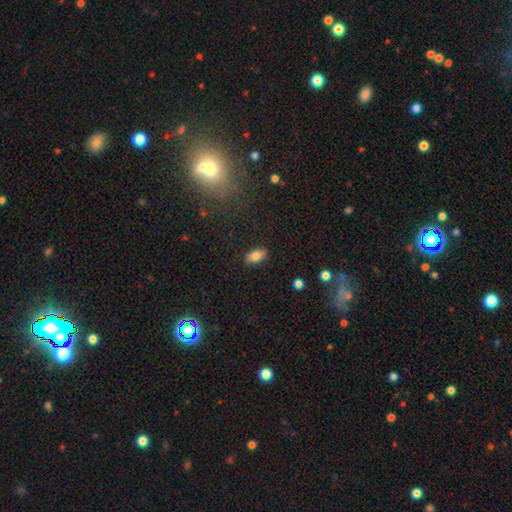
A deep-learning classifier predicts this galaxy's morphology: Smooth or featured?
  - smooth: 82% *
  - featured or disk: 10%
  - star or artifact: 8%
How rounded?
  - in between: 90% *
  - cigar-shaped: 6%
  - round: 4%
Merging?
  - none: 88% *
  - minor disturbance: 9%
  - major disturbance: 2%
  - merger: 1%